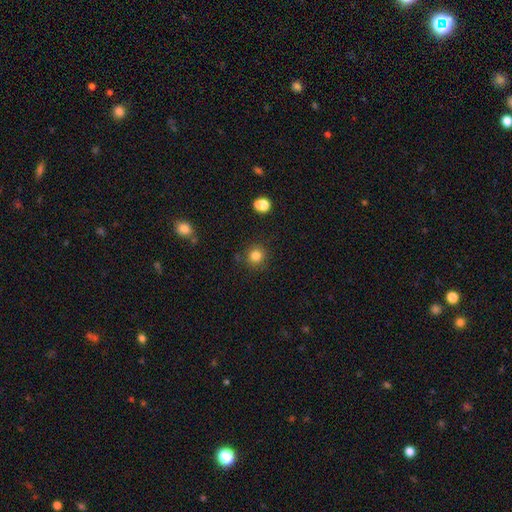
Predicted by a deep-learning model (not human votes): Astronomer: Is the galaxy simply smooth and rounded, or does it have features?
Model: smooth — 83%.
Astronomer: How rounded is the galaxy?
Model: round — 92%.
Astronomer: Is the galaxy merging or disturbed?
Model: none — 87%.